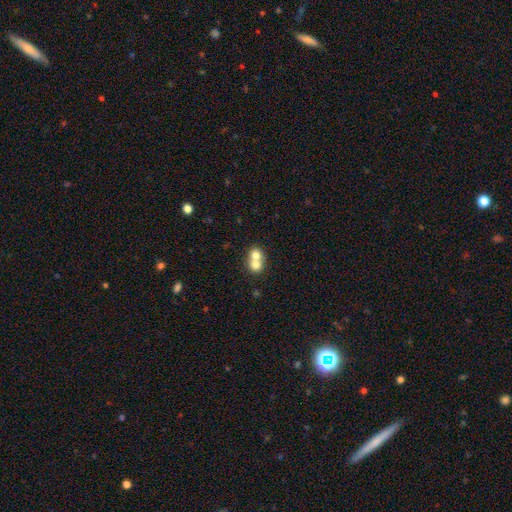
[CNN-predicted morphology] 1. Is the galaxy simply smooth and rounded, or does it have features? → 72% smooth, 19% featured or disk, 10% star or artifact.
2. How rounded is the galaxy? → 75% round, 24% in between, 1% cigar-shaped.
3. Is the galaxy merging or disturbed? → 71% merger, 23% none, 4% minor disturbance, 2% major disturbance.